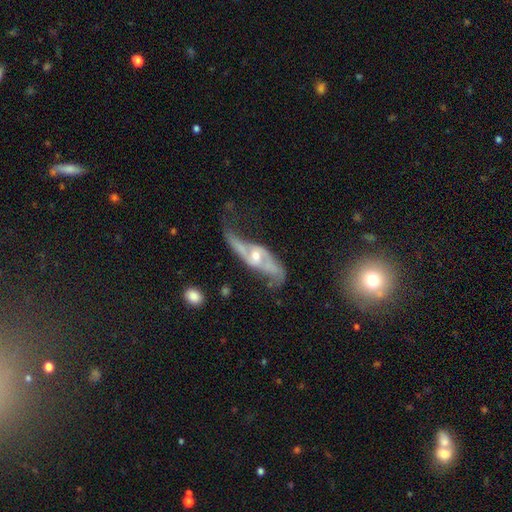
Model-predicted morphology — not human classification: Smooth or featured: featured or disk — 84% (smooth — 10%)
Edge-on disk: no — 85% (yes — 15%)
Bar: no — 53% (weak — 32%)
Spiral arms: yes — 88% (no — 12%)
Spiral winding: loose — 68% (medium — 23%)
Spiral arm count: 2 — 87% (can't tell — 6%)
Bulge size: moderate — 56% (small — 39%)
Merging: none — 42% (major disturbance — 28%)